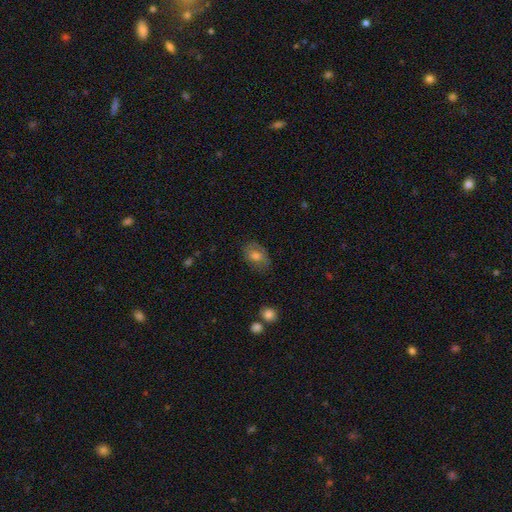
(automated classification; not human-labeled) Smooth or featured?
  - smooth: 63% *
  - featured or disk: 27%
  - star or artifact: 10%
How rounded?
  - in between: 81% *
  - round: 17%
  - cigar-shaped: 2%
Merging?
  - none: 67% *
  - minor disturbance: 22%
  - major disturbance: 8%
  - merger: 2%